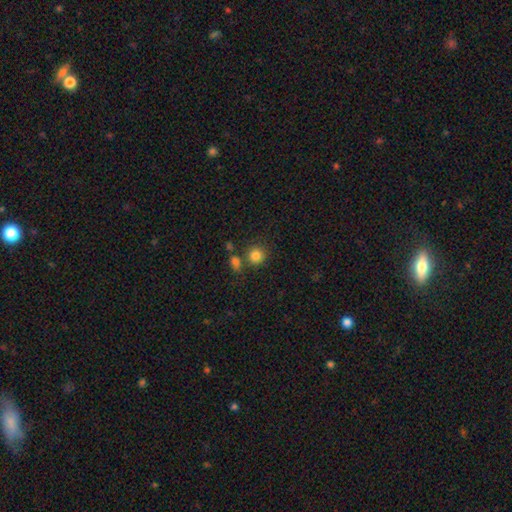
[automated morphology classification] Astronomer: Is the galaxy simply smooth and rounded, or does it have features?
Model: smooth — 83%.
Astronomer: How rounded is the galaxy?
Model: round — 89%.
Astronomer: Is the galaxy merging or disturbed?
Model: none — 71%.